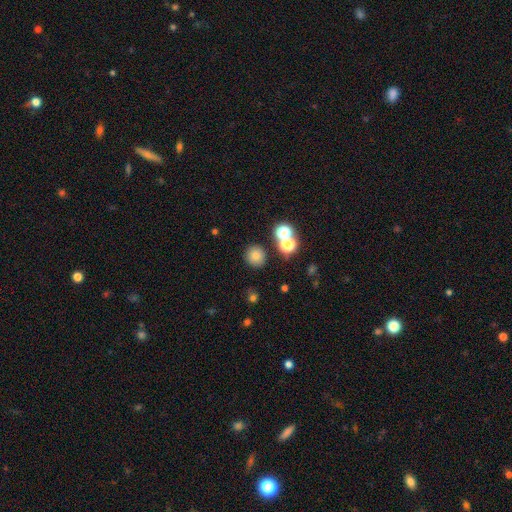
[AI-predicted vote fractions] Overall: smooth (75%). How rounded: round (91%). Merging: none (81%).